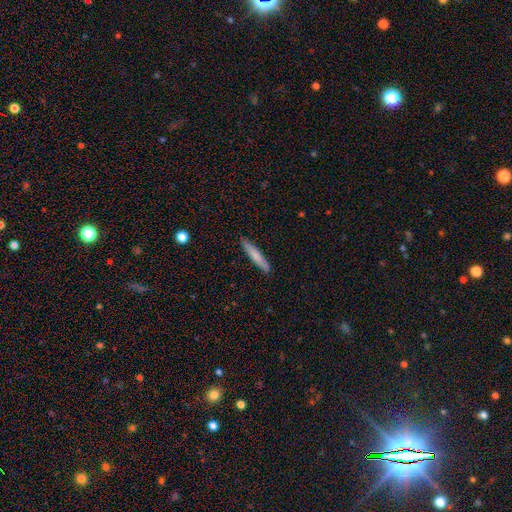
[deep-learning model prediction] Overall: smooth (75%). How rounded: cigar-shaped (93%). Merging: none (90%).